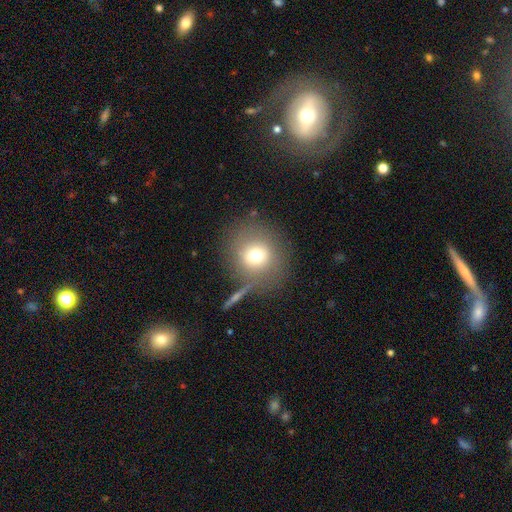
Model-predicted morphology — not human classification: smooth_or_featured: smooth (p=0.70) [alt: featured or disk p=0.17]
how_rounded: round (p=0.87) [alt: in between p=0.12]
merging: none (p=0.73) [alt: minor disturbance p=0.12]